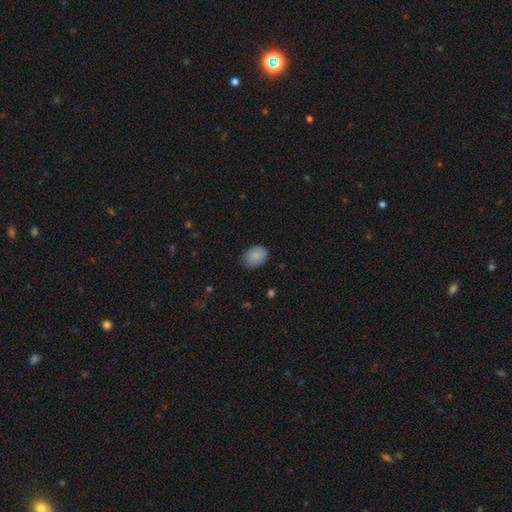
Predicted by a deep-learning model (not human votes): Smooth or featured? smooth (88%)
How rounded? in between (77%)
Merging? none (76%)